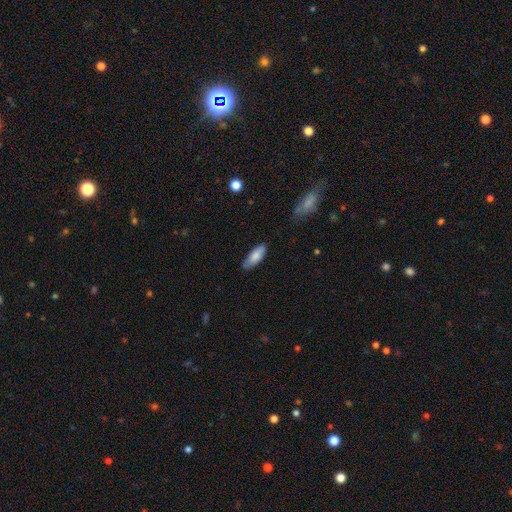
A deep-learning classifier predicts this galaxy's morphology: Smooth or featured? Predicted: smooth (p=0.82). How rounded? Predicted: in between (p=0.70). Merging? Predicted: none (p=0.79).